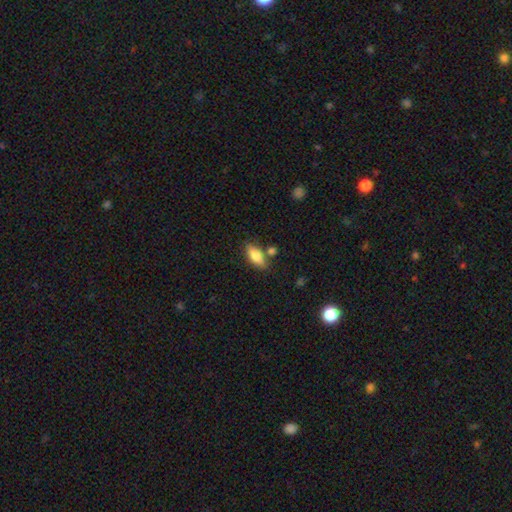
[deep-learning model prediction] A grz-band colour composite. It shows a smooth galaxy with no disk features (80%) that is in between round and cigar-shaped (80%). Merging: none (73%).